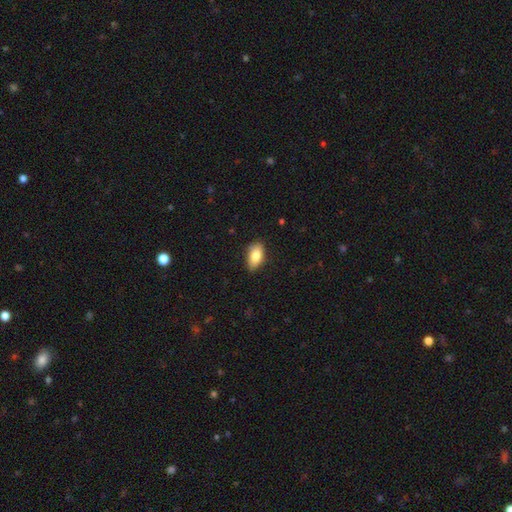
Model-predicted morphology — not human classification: A smooth galaxy with no disk features (82%) that is in between round and cigar-shaped (91%). Merging: none (81%).